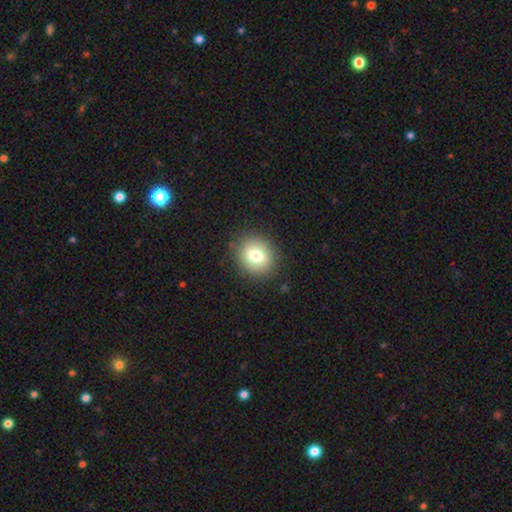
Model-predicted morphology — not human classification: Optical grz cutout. It shows a smooth galaxy with no disk features (76%) that is round (74%). Merging: none (88%).